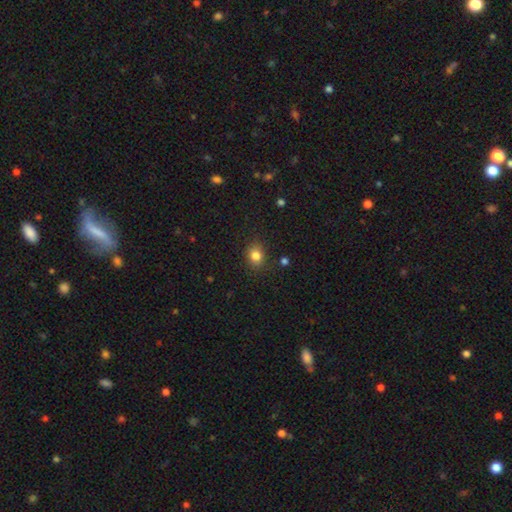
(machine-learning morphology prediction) smooth-or-featured: smooth: 83% | star or artifact: 12% | featured or disk: 6%
  how-rounded: round: 63% | in between: 36% | cigar-shaped: 1%
  merging: none: 84% | minor disturbance: 11% | major disturbance: 3% | merger: 2%